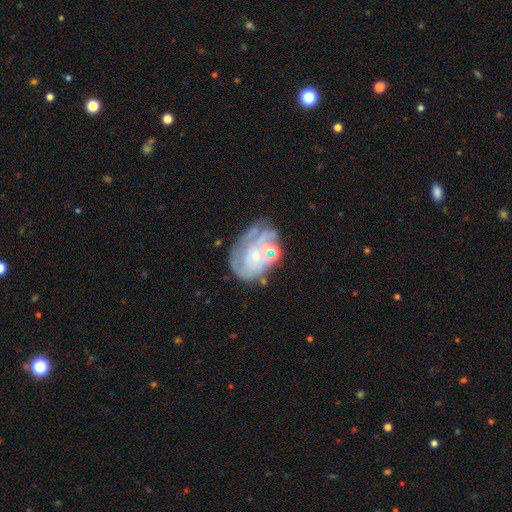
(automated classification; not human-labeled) smooth_or_featured: featured or disk (p=0.70) [alt: smooth p=0.19]
disk_edge_on: no (p=0.97) [alt: yes p=0.03]
bar: no (p=0.79) [alt: weak p=0.17]
has_spiral_arms: yes (p=0.67) [alt: no p=0.33]
bulge_size: small (p=0.61) [alt: moderate p=0.21]
merging: none (p=0.41) [alt: minor disturbance p=0.22]